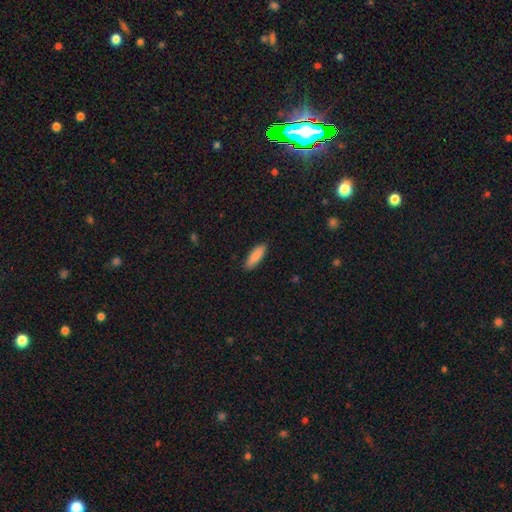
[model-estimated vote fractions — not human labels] Morphology: type=smooth (89%); roundness=in between (53%); merging=none (89%).